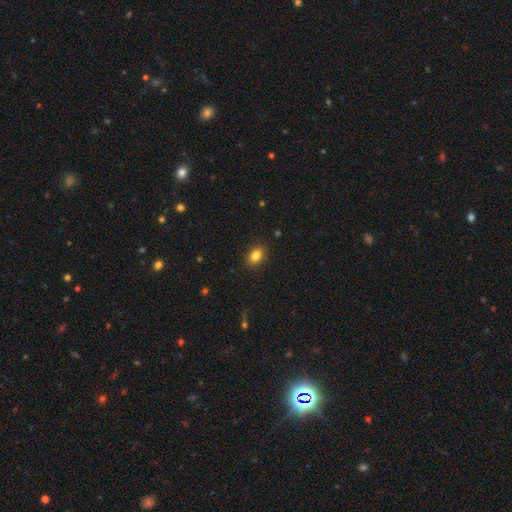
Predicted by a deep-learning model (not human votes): smooth-or-featured: smooth: 83% | star or artifact: 10% | featured or disk: 7%
  how-rounded: in between: 80% | round: 18% | cigar-shaped: 2%
  merging: none: 88% | minor disturbance: 9% | major disturbance: 2% | merger: 1%